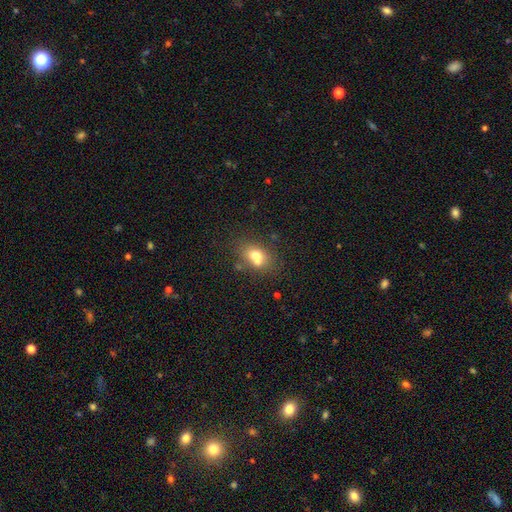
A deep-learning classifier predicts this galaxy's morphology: A smooth galaxy with no disk features (68%) that is in between round and cigar-shaped (62%).

Vote fractions:
- Smooth or featured? smooth: 68% / featured or disk: 21% / star or artifact: 12%
- How rounded? in between: 62% / round: 36% / cigar-shaped: 2%
- Merging? none: 44% / merger: 37% / minor disturbance: 13% / major disturbance: 5%